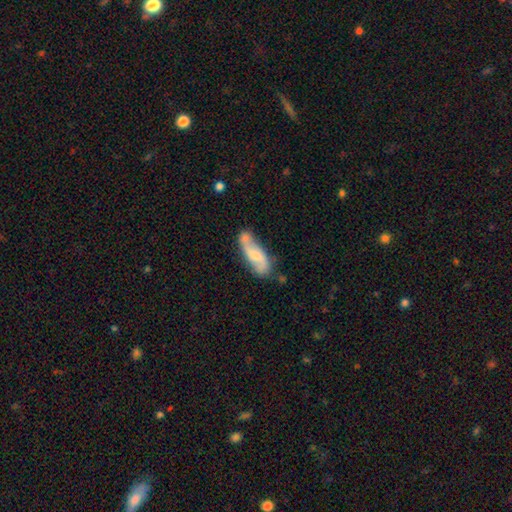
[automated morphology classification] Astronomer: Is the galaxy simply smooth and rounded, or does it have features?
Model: featured or disk — 55% (runner-up: smooth, 39%).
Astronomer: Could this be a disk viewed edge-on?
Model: no — 88%.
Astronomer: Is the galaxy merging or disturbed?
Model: none — 50%.